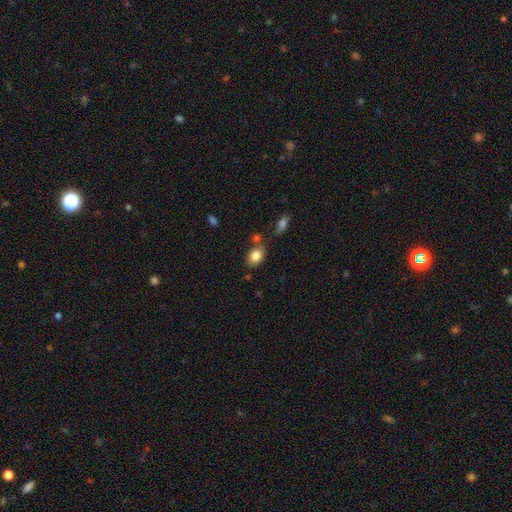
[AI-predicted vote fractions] This is clearly a smooth galaxy (84%). How rounded: likely in between (79%). Merging: likely none (69%).